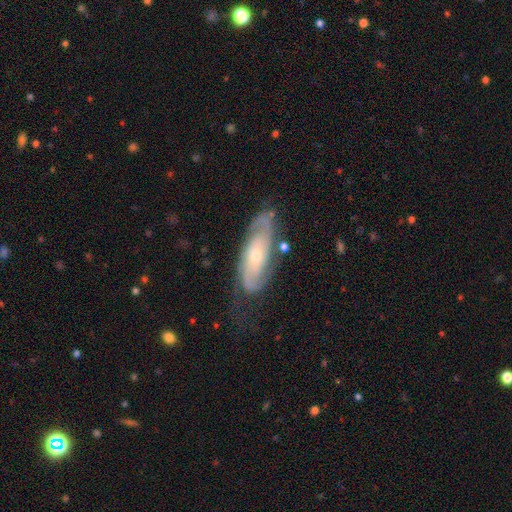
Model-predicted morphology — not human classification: A featured or disk galaxy (78%) with no bar (71%), 2 (67%) tight (51%) spiral arms (92%) and a small central bulge (64%).

Vote fractions:
- Smooth or featured? featured or disk: 78% / smooth: 16% / star or artifact: 6%
- Edge-on disk? no: 89% / yes: 11%
- Bar? no: 71% / weak: 23% / strong: 7%
- Spiral arms? yes: 92% / no: 8%
- Spiral winding? tight: 51% / medium: 36% / loose: 13%
- Spiral arm count? 2: 67% / can't tell: 20% / 3: 5% / 1: 4% / 4: 2% / more than 4: 2%
- Bulge size? small: 64% / moderate: 32% / large: 2% / none: 1% / dominant: 1%
- Merging? none: 69% / minor disturbance: 20% / major disturbance: 9% / merger: 2%